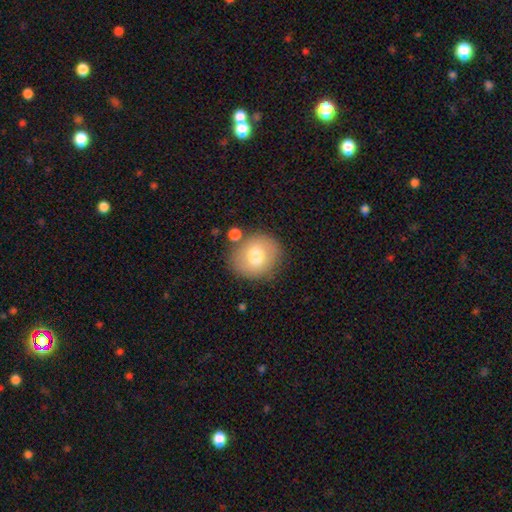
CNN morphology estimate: Smooth or featured?
  - smooth: 75% *
  - featured or disk: 17%
  - star or artifact: 9%
How rounded?
  - round: 81% *
  - in between: 18%
  - cigar-shaped: 1%
Merging?
  - none: 78% *
  - minor disturbance: 12%
  - merger: 6%
  - major disturbance: 4%